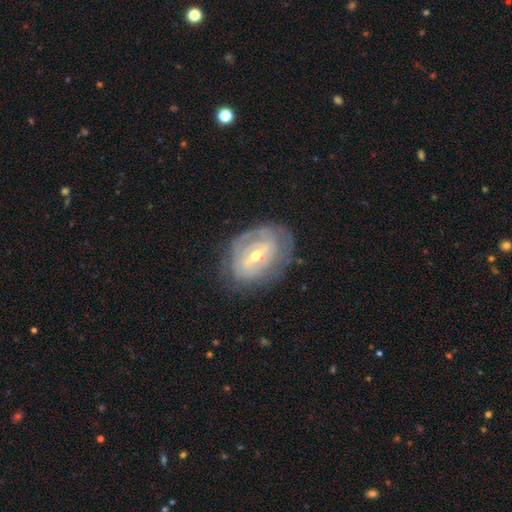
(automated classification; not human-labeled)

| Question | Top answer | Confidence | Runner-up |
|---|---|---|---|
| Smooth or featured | featured or disk | 78% | smooth (16%) |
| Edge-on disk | no | 95% | yes (5%) |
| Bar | weak | 45% | no (29%) |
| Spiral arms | yes | 75% | no (25%) |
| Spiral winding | tight | 68% | medium (23%) |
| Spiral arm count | can't tell | 46% | 2 (32%) |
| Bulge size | small | 51% | moderate (46%) |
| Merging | none | 70% | minor disturbance (20%) |